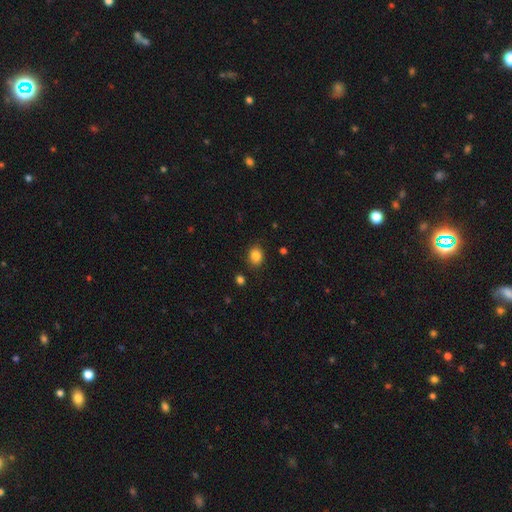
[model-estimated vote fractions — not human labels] Smooth or featured? smooth (85%)
How rounded? round (56%)
Merging? none (86%)